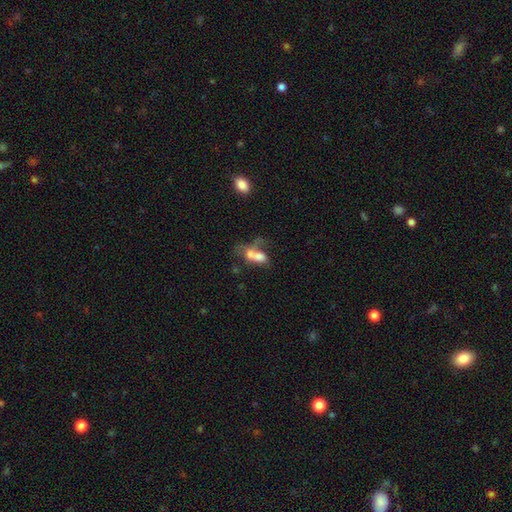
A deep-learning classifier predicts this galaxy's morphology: This is likely a smooth galaxy (61%). How rounded: likely in between (76%). Merging: likely merger (64%).